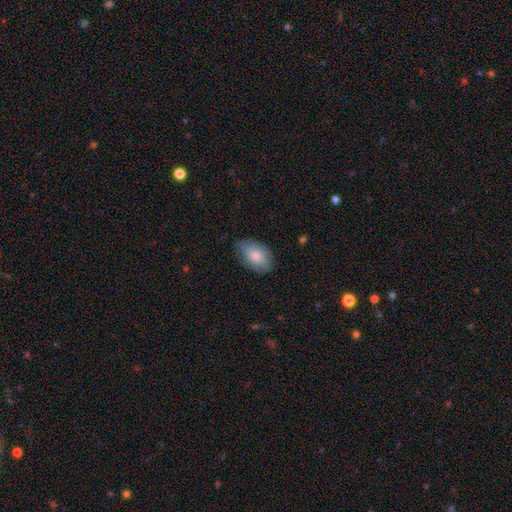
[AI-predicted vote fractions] Smooth or featured: smooth — 77% (featured or disk — 17%)
How rounded: in between — 91% (round — 7%)
Merging: none — 71% (minor disturbance — 24%)